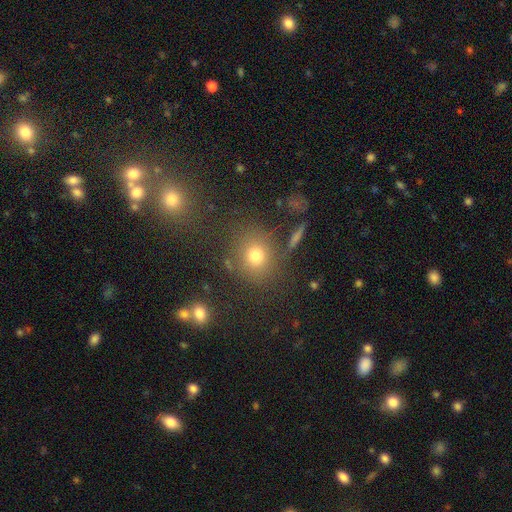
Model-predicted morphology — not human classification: smooth 72%, star or artifact 18%, featured or disk 10%. Down the decision tree: how rounded — round (78%); merging — none (79%).